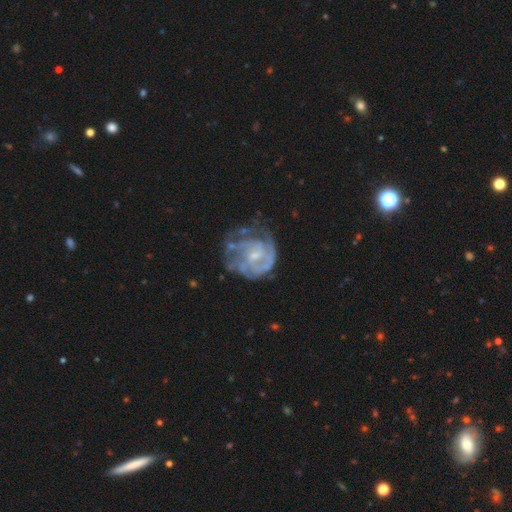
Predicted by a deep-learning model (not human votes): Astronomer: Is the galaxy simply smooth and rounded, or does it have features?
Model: featured or disk — 79%.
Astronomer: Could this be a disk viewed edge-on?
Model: no — 98%.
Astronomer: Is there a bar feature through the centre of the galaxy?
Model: no — 56% (runner-up: weak, 38%).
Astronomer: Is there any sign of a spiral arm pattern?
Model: yes — 79%.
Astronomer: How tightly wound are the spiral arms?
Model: tight — 53% (runner-up: medium, 34%).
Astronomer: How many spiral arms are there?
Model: can't tell — 45% (runner-up: 2, 21%).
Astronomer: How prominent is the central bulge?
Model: small — 61%.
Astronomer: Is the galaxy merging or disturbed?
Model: none — 47% (runner-up: major disturbance, 26%).